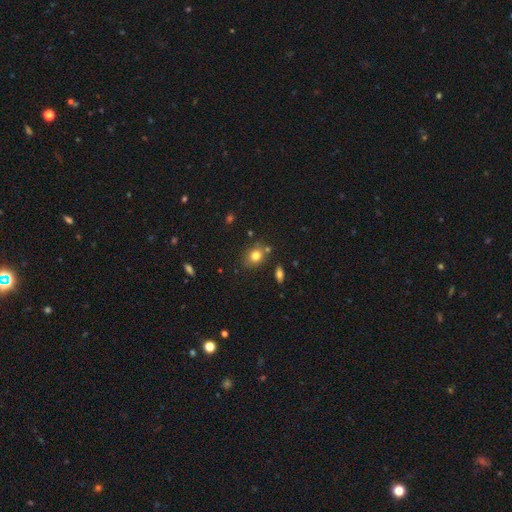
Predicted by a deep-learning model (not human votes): smooth_or_featured: smooth (p=0.78) [alt: star or artifact p=0.12]
how_rounded: round (p=0.53) [alt: in between p=0.46]
merging: none (p=0.73) [alt: minor disturbance p=0.14]